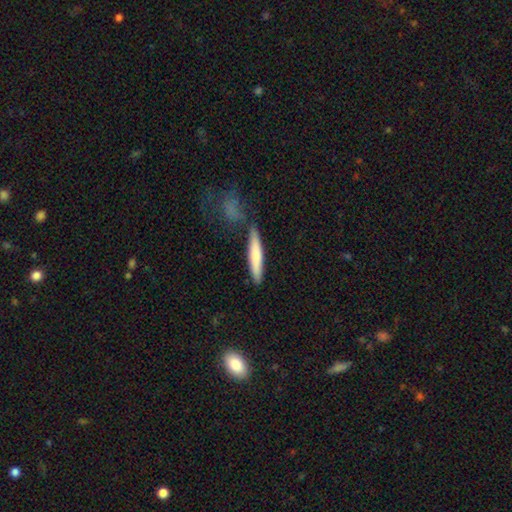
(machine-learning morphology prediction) This is likely a smooth galaxy (71%). How rounded: clearly cigar-shaped (89%). Merging: likely none (77%).